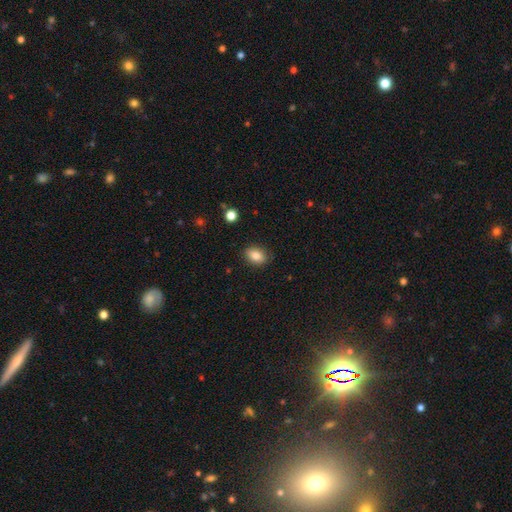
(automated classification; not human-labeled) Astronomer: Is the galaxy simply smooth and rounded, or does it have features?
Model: smooth — 84%.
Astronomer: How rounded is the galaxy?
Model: in between — 81%.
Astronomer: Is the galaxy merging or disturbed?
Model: none — 85%.